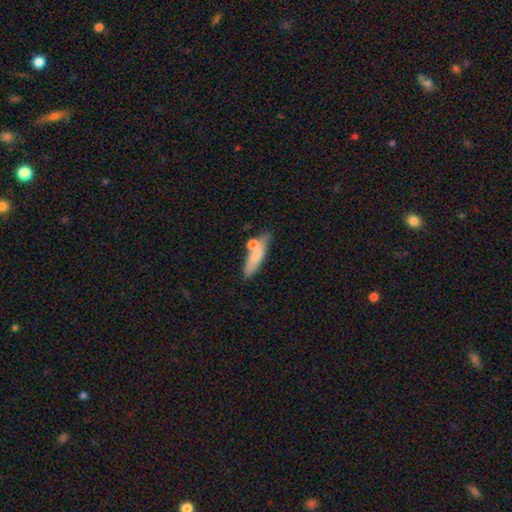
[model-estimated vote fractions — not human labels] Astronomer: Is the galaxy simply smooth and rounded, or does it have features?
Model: smooth — 71%.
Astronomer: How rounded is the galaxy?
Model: cigar-shaped — 62%.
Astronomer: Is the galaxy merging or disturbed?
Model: none — 53%.